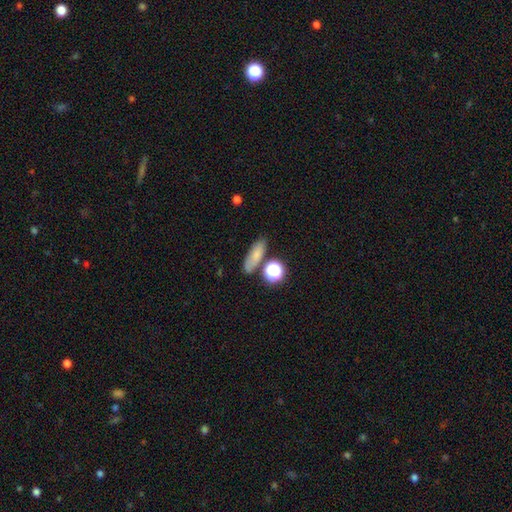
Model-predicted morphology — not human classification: Overall: smooth (72%). How rounded: in between (54%; cigar-shaped 31%). Merging: none (69%).